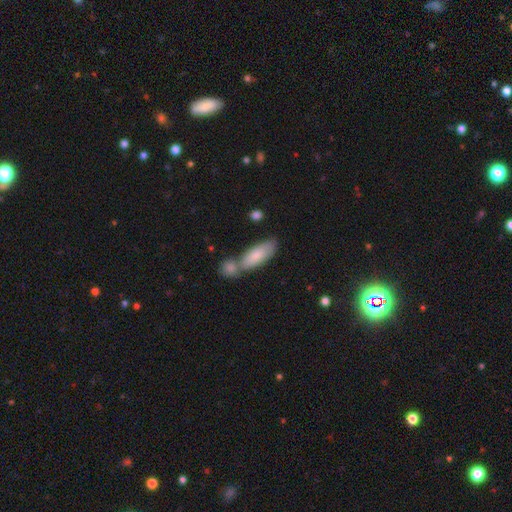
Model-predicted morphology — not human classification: Smooth or featured?
  - smooth: 76% *
  - featured or disk: 18%
  - star or artifact: 6%
How rounded?
  - in between: 66% *
  - cigar-shaped: 31%
  - round: 3%
Merging?
  - none: 48% *
  - merger: 36%
  - minor disturbance: 13%
  - major disturbance: 4%